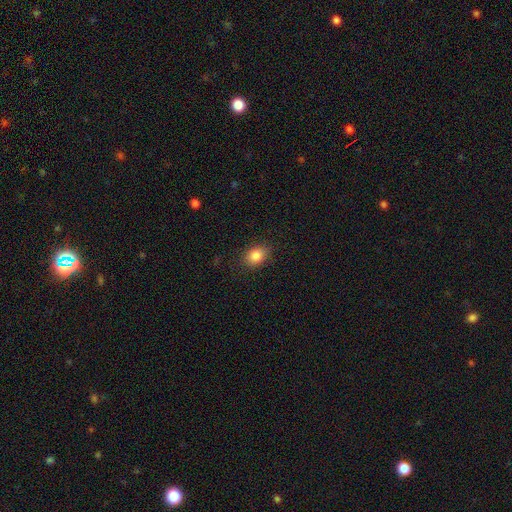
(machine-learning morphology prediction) This appears to be a smooth galaxy with no disk features (86%) that is in between round and cigar-shaped (61%). Merging: none (84%).